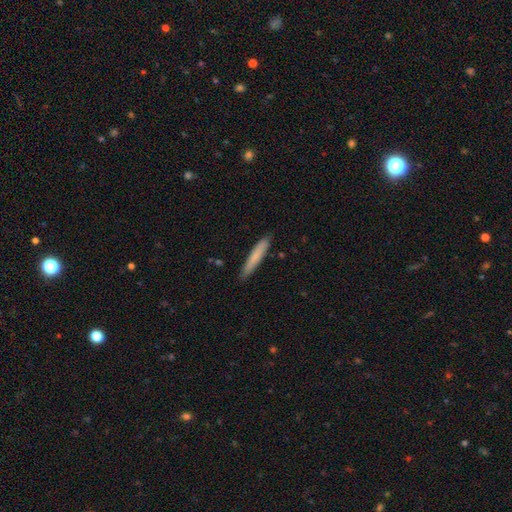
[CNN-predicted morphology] Overall: smooth (75%). How rounded: cigar-shaped (93%). Merging: none (87%).